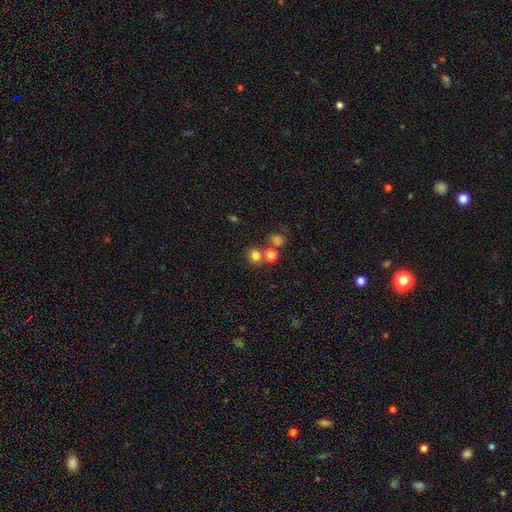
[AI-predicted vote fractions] smooth-or-featured: smooth: 77% | star or artifact: 16% | featured or disk: 7%
  how-rounded: round: 83% | in between: 16% | cigar-shaped: 1%
  merging: none: 65% | merger: 22% | minor disturbance: 9% | major disturbance: 4%